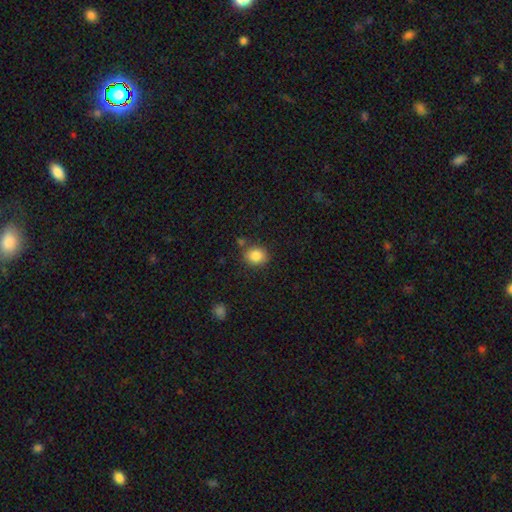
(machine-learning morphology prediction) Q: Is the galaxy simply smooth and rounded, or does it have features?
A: smooth — 85%.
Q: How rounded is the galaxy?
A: round — 70%.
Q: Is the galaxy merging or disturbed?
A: none — 81%.